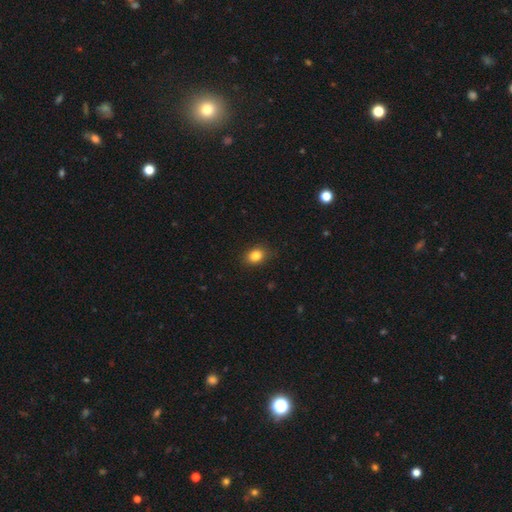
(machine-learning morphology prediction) Overall: smooth (84%). How rounded: in between (59%; round 40%). Merging: none (86%).